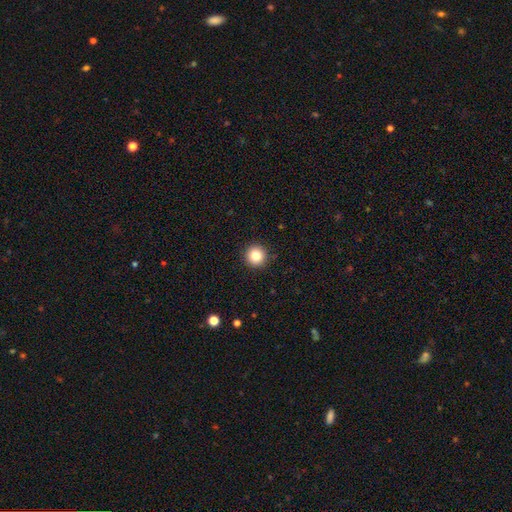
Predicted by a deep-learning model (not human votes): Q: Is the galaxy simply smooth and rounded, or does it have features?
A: smooth — 83%.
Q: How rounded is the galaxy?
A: round — 96%.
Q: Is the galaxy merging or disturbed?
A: none — 92%.